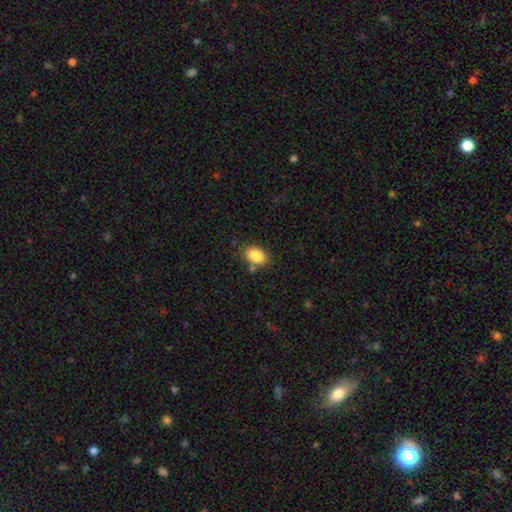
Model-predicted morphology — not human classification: type=smooth (87%); roundness=in between (82%); merging=none (76%).